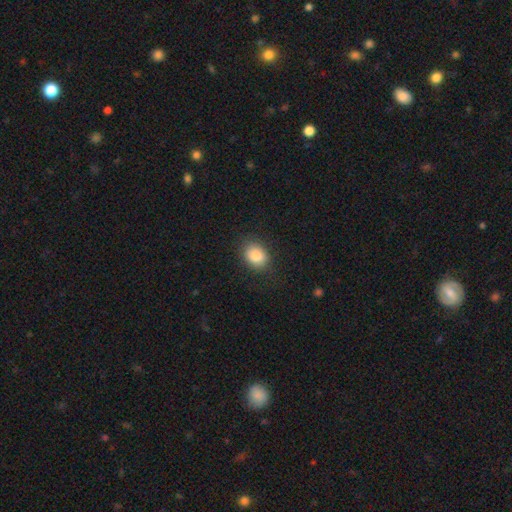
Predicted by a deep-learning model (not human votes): A smooth galaxy with no disk features (85%) that is in between round and cigar-shaped (59%). Merging: none (85%).